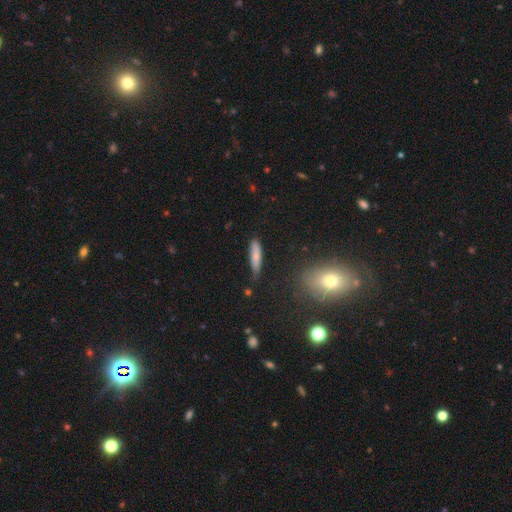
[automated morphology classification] smooth-or-featured: smooth: 70% | featured or disk: 22% | star or artifact: 8%
  how-rounded: cigar-shaped: 77% | in between: 21% | round: 2%
  merging: none: 69% | minor disturbance: 23% | major disturbance: 5% | merger: 3%